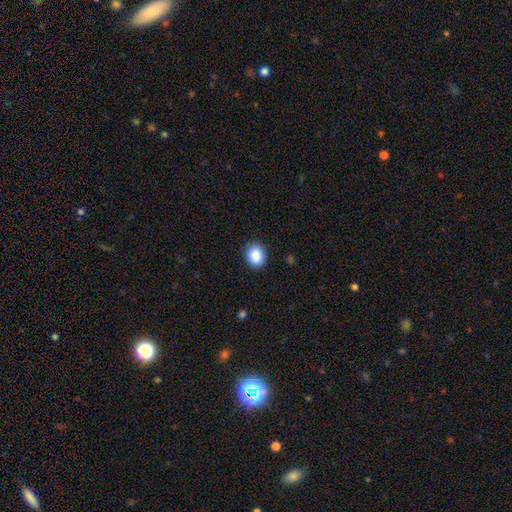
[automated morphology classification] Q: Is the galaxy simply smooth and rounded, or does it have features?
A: smooth — 88%.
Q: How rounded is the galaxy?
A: round — 55%.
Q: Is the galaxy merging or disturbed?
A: none — 88%.